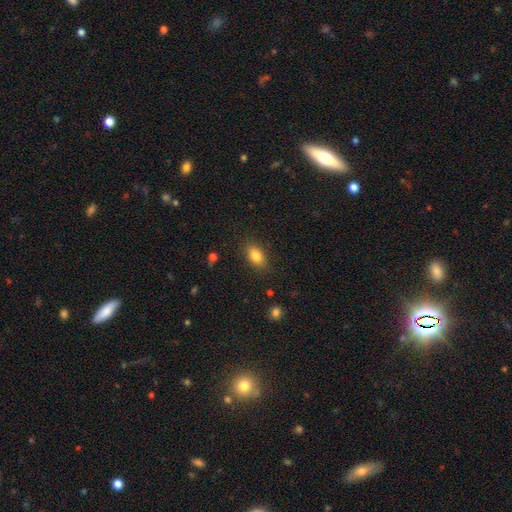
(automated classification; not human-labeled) smooth_or_featured: smooth (p=0.84) [alt: star or artifact p=0.09]
how_rounded: in between (p=0.86) [alt: round p=0.10]
merging: none (p=0.84) [alt: minor disturbance p=0.12]